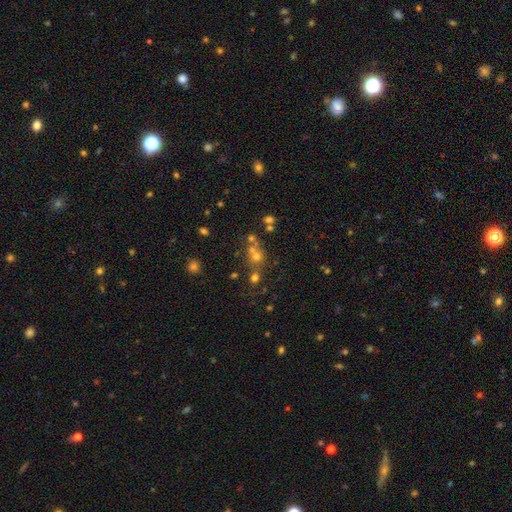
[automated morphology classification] Smooth or featured: smooth — 46% (star or artifact — 36%)
Merging: none — 53% (merger — 34%)